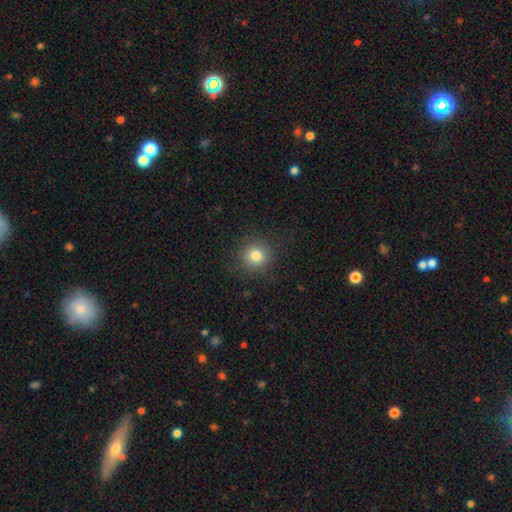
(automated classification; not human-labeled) Smooth or featured: smooth — 81% (star or artifact — 13%)
How rounded: round — 92% (in between — 7%)
Merging: none — 89% (minor disturbance — 7%)